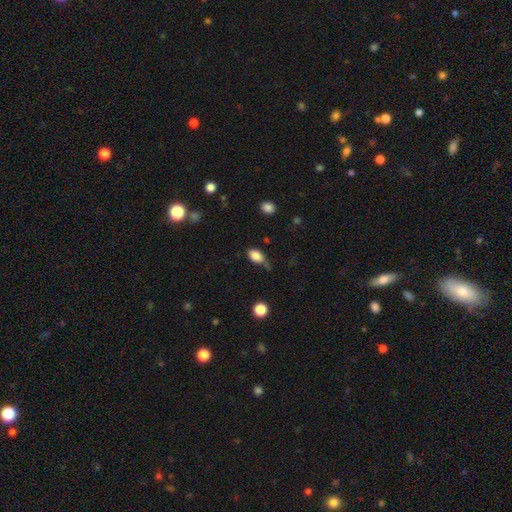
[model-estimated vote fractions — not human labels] This appears to be a smooth galaxy with no disk features (85%) that is in between round and cigar-shaped (89%). Merging: none (57%).